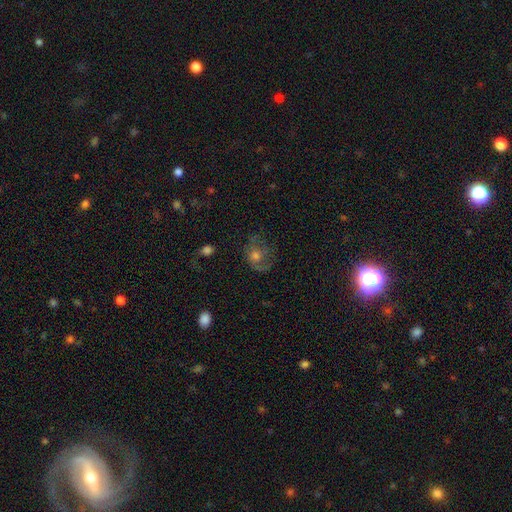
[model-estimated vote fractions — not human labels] A featured or disk galaxy (45%). Merging: none (51%).